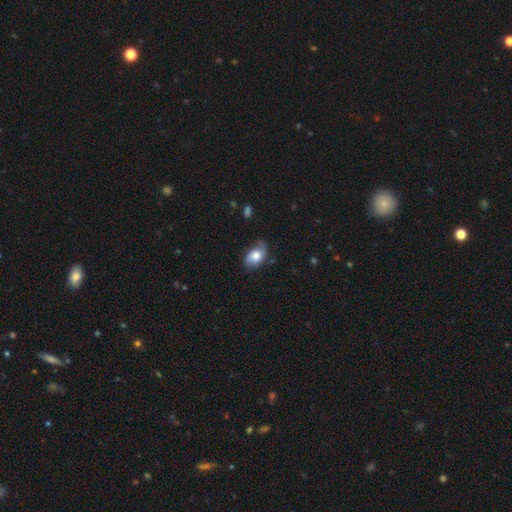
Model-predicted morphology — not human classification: A smooth galaxy with no disk features (59%) that is in between round and cigar-shaped (87%). Merging: none (62%).